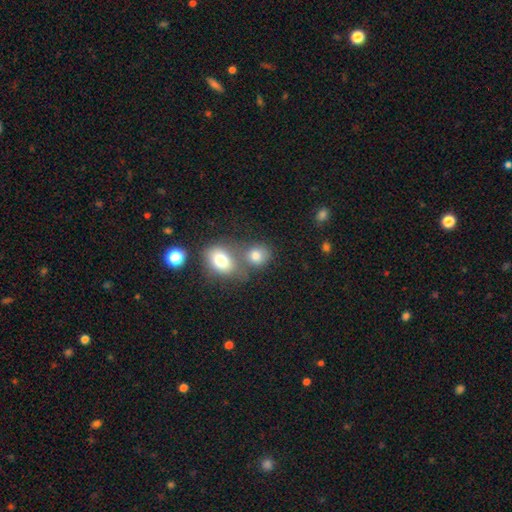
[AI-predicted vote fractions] This is likely a smooth galaxy (79%). How rounded: possibly round (59%). Merging: marginally merger (44%).